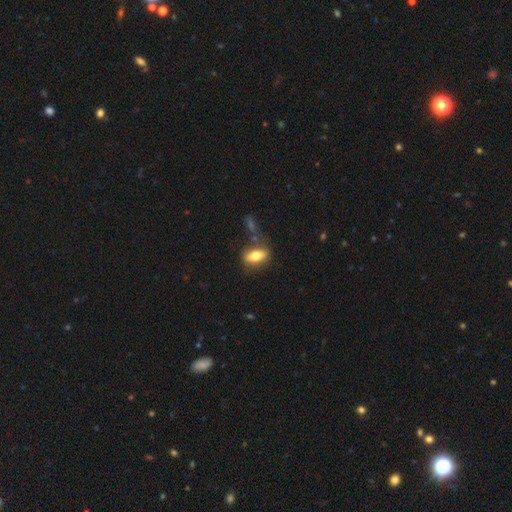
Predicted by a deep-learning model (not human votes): Overall: smooth (67%). How rounded: in between (76%). Merging: none (72%).